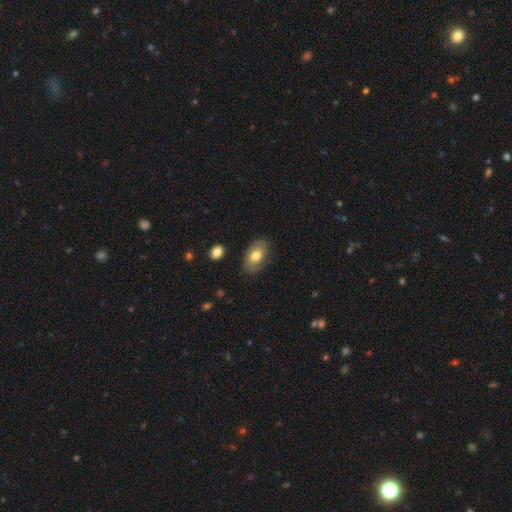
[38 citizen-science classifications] Volunteers were most divided on "smooth or featured": smooth: 66%, featured or disk: 29%, star or artifact: 5%. More confident: how rounded — in between (96%); merging — none (86%).